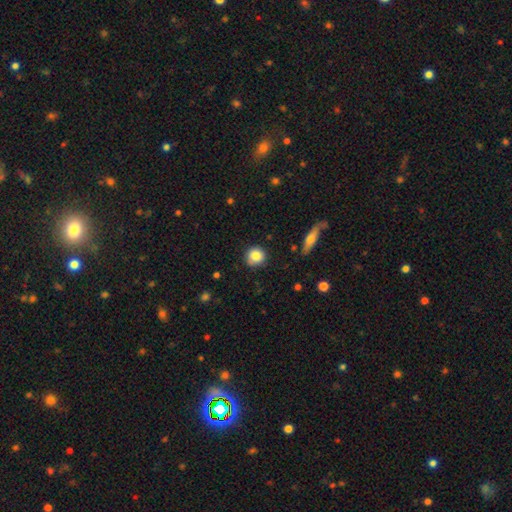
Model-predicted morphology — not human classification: Smooth or featured: smooth — 84% (star or artifact — 9%)
How rounded: round — 92% (in between — 7%)
Merging: none — 83% (minor disturbance — 13%)